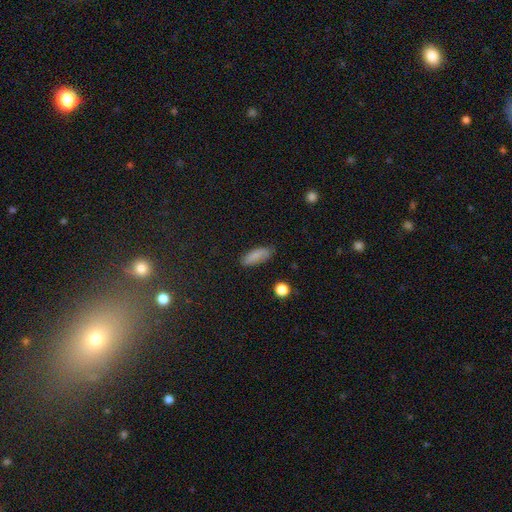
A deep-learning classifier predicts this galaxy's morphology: Q: Smooth or featured?
A: smooth (83%); runner-up: featured or disk (9%)
Q: How rounded?
A: in between (71%); runner-up: cigar-shaped (26%)
Q: Merging?
A: none (79%); runner-up: minor disturbance (16%)